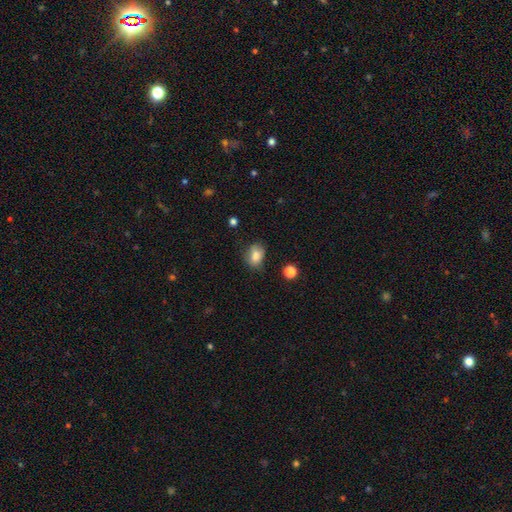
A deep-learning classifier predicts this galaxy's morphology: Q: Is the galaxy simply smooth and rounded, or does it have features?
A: smooth — 80%.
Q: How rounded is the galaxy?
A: in between — 69%.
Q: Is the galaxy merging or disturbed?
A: none — 58%.